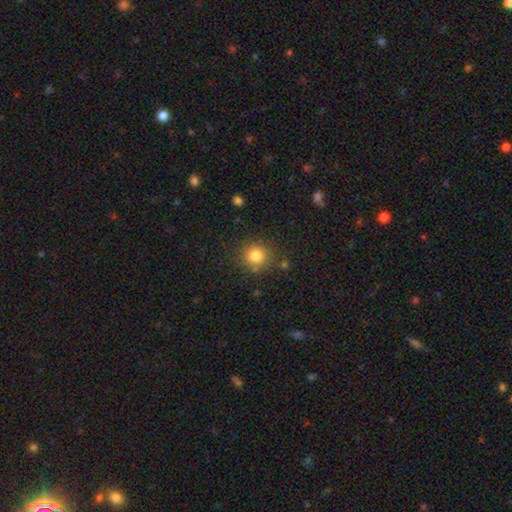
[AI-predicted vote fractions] Q: Smooth or featured?
A: smooth (82%); runner-up: star or artifact (12%)
Q: How rounded?
A: round (91%); runner-up: in between (8%)
Q: Merging?
A: none (83%); runner-up: minor disturbance (9%)